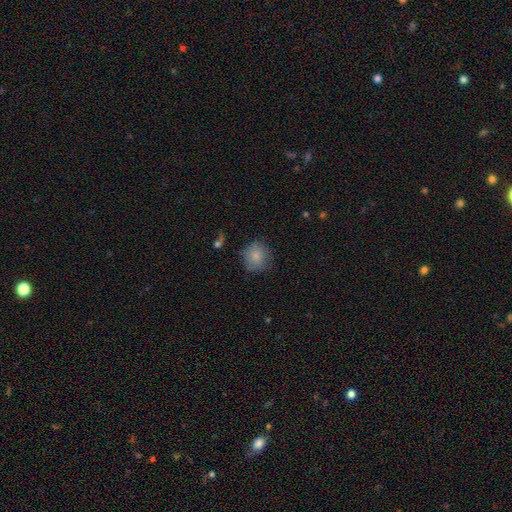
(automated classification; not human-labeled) Q: Smooth or featured?
A: smooth (82%); runner-up: featured or disk (10%)
Q: How rounded?
A: round (84%); runner-up: in between (15%)
Q: Merging?
A: none (75%); runner-up: minor disturbance (19%)